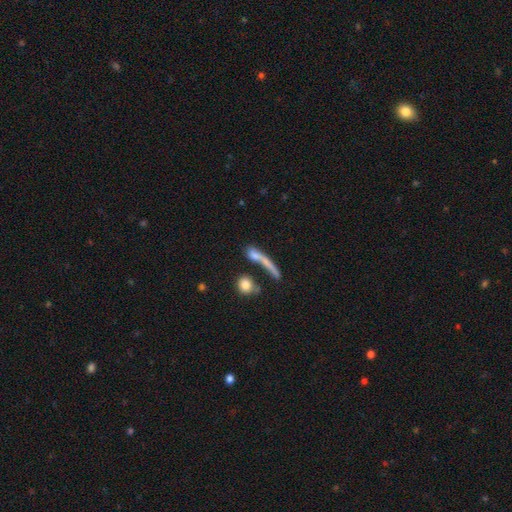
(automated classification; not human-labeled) Overall: smooth (63%; featured or disk 26%). How rounded: cigar-shaped (64%). Merging: none (42%; merger 29%).